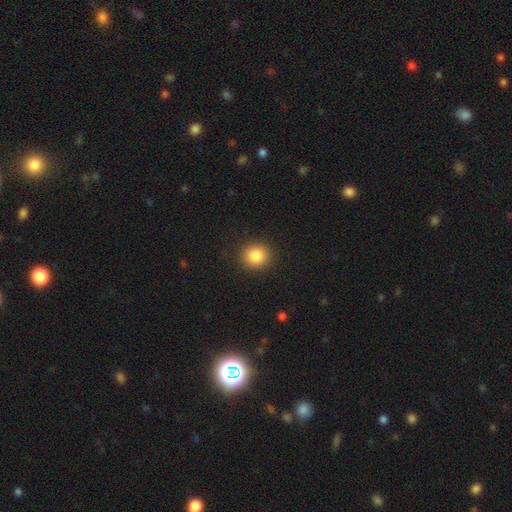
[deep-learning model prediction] Smooth or featured: smooth — 85% (star or artifact — 10%)
How rounded: round — 87% (in between — 12%)
Merging: none — 91% (minor disturbance — 6%)